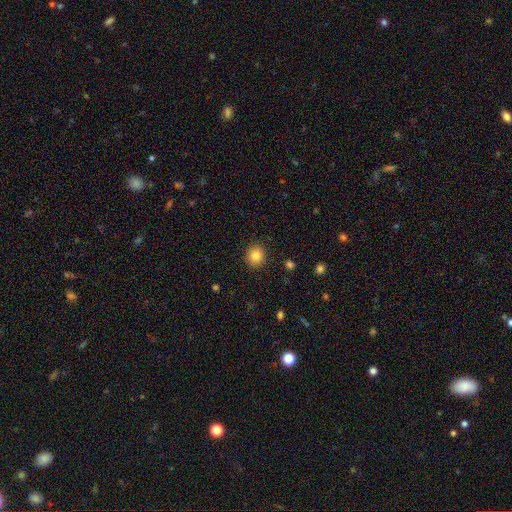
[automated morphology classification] A smooth galaxy with no disk features (83%) that is round (83%).

Vote fractions:
- Smooth or featured? smooth: 83% / star or artifact: 10% / featured or disk: 7%
- How rounded? round: 83% / in between: 16% / cigar-shaped: 1%
- Merging? none: 91% / minor disturbance: 6% / major disturbance: 2% / merger: 1%